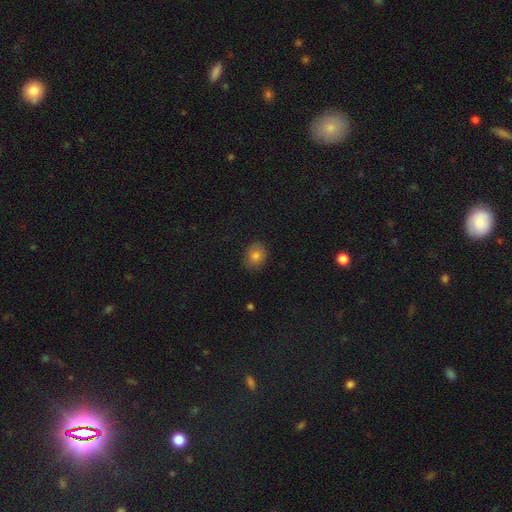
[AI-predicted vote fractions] Smooth or featured? smooth (81%)
How rounded? in between (51%)
Merging? none (83%)